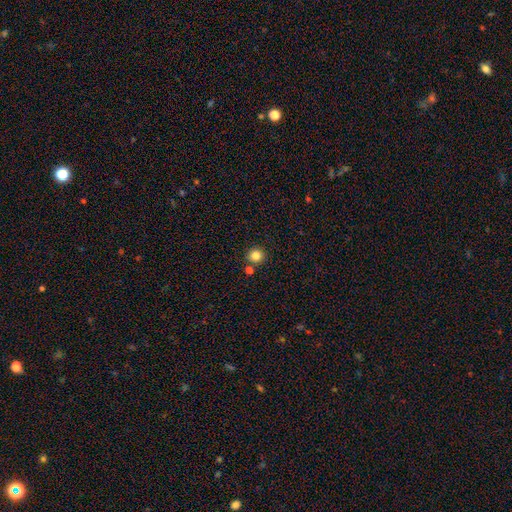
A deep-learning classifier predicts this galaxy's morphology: This is clearly a smooth galaxy (84%). How rounded: clearly round (93%). Merging: clearly none (83%).